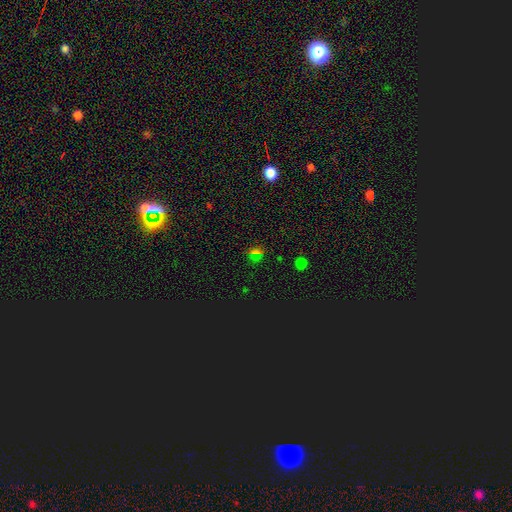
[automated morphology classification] Overall: star or artifact (53%; smooth 39%).